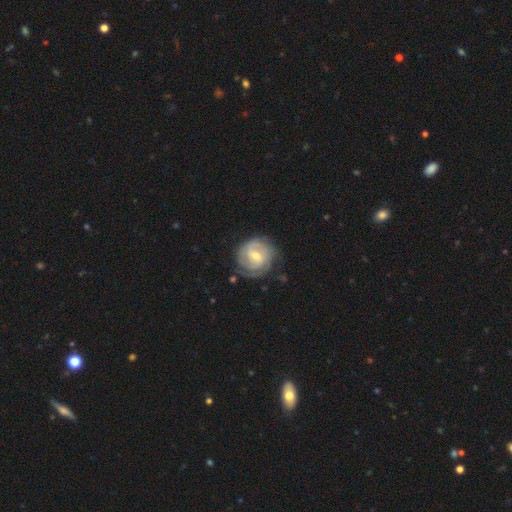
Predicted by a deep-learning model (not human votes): Smooth or featured? Predicted: featured or disk (p=0.79). Edge-on disk? Predicted: no (p=0.98). Bar? Predicted: weak (p=0.58). Spiral arms? Predicted: yes (p=0.93). Spiral winding? Predicted: tight (p=0.60). Spiral arm count? Predicted: 2 (p=0.44). Bulge size? Predicted: small (p=0.55). Merging? Predicted: none (p=0.70).